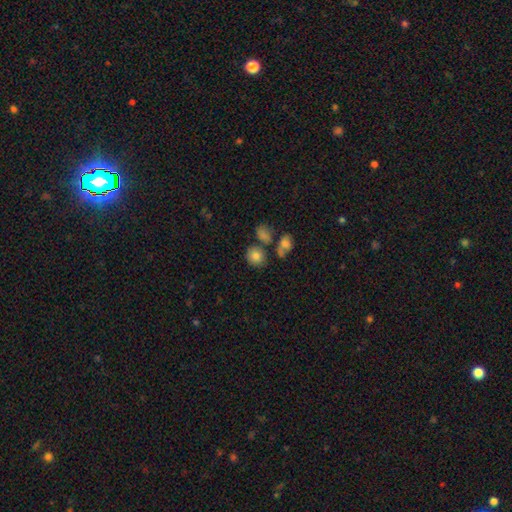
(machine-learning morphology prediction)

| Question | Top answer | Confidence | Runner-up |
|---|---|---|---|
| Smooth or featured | smooth | 81% | star or artifact (10%) |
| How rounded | round | 73% | in between (26%) |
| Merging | none | 64% | merger (17%) |